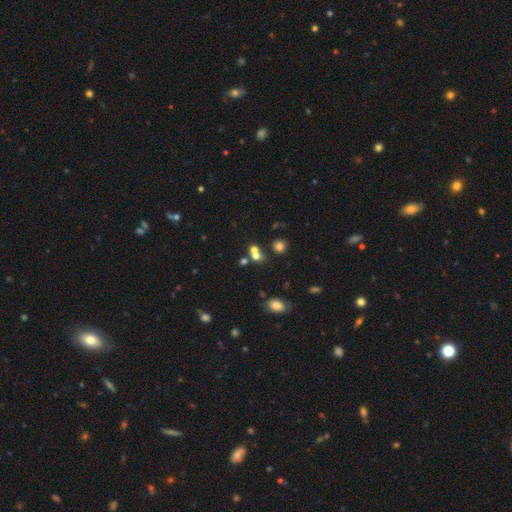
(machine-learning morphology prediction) Smooth or featured?
  - smooth: 65% *
  - star or artifact: 20%
  - featured or disk: 15%
How rounded?
  - round: 71% *
  - in between: 28%
  - cigar-shaped: 2%
Merging?
  - merger: 48% *
  - none: 40%
  - minor disturbance: 7%
  - major disturbance: 4%